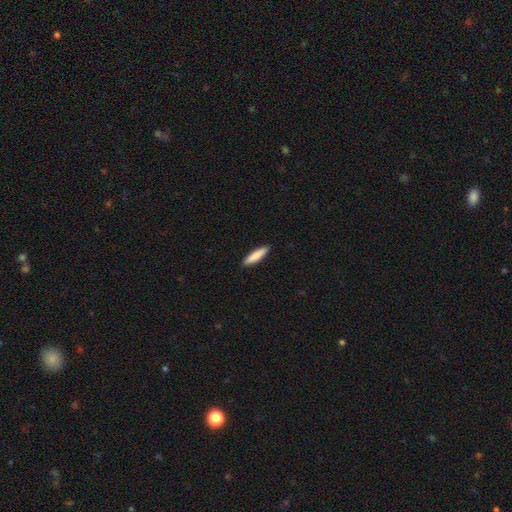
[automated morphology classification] Smooth or featured? smooth (85%)
How rounded? cigar-shaped (81%)
Merging? none (91%)